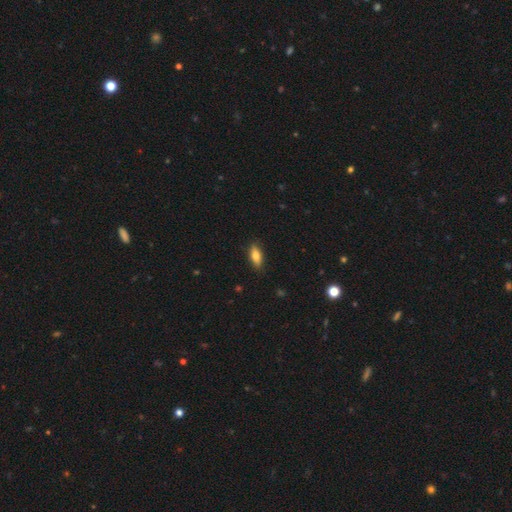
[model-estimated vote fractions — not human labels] This is likely a smooth galaxy (77%). How rounded: likely in between (75%). Merging: clearly none (87%).